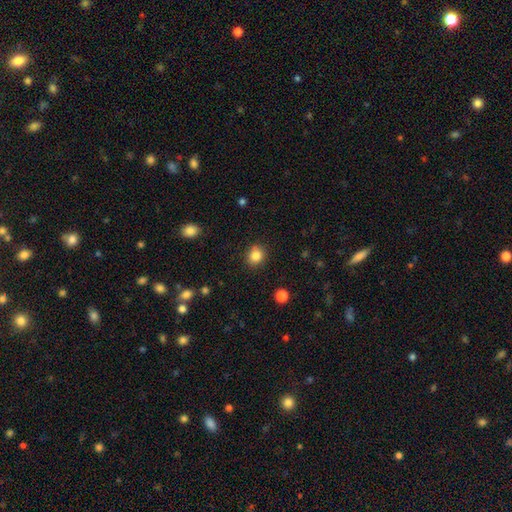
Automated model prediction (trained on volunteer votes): Morphology: type=smooth (84%); roundness=round (76%); merging=none (86%).